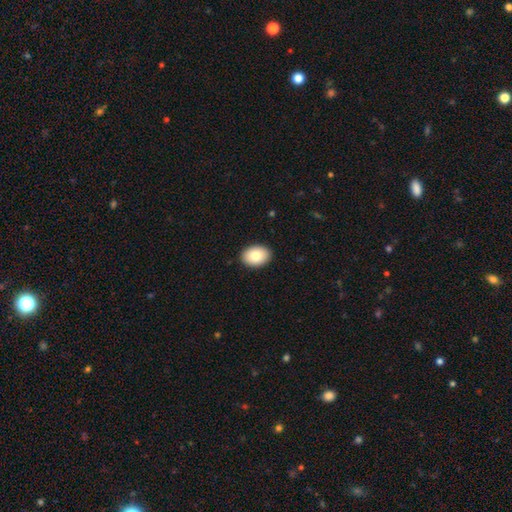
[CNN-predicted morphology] Overall: smooth (82%). How rounded: in between (78%). Merging: none (91%).